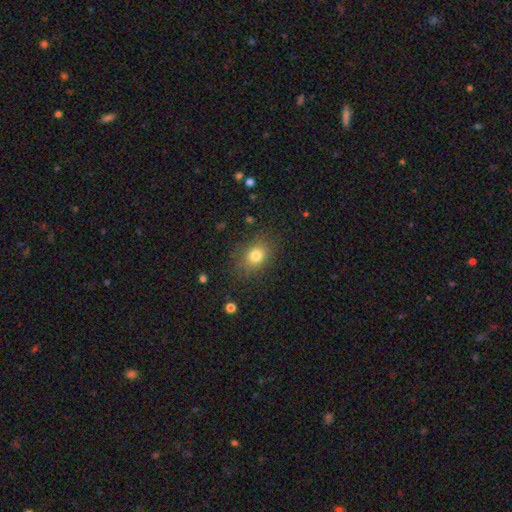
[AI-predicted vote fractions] The model was most divided on "how rounded": in between: 60%, round: 39%, cigar-shaped: 1%. More confident: merging — none (80%); smooth or featured — smooth (78%).